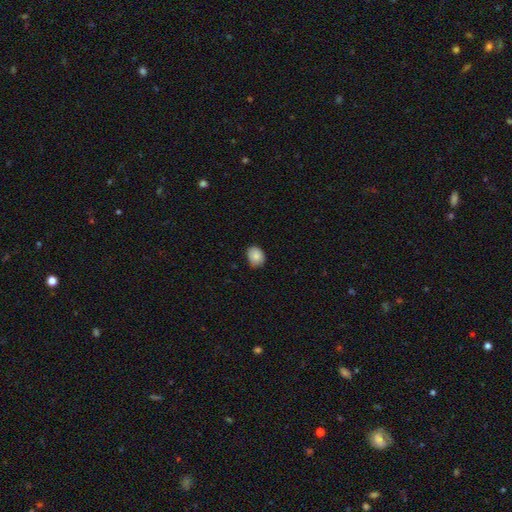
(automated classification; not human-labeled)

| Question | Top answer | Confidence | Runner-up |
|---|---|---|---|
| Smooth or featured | smooth | 87% | star or artifact (8%) |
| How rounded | round | 51% | in between (48%) |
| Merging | none | 79% | minor disturbance (18%) |